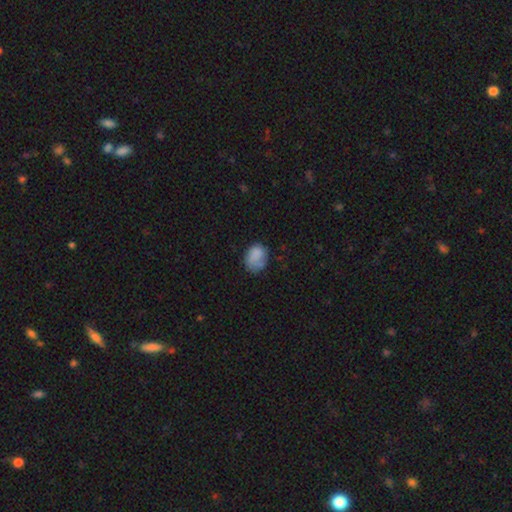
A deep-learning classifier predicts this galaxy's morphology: This appears to be a smooth galaxy with no disk features (80%) that is in between round and cigar-shaped (60%). Merging: none (56%).